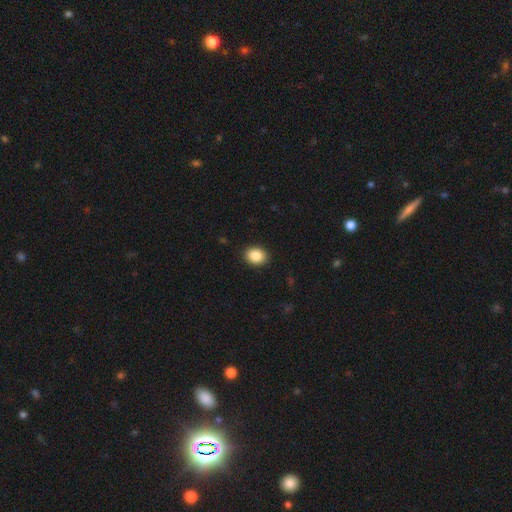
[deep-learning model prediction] Smooth or featured: smooth — 87% (star or artifact — 9%)
How rounded: round — 52% (in between — 47%)
Merging: none — 91% (minor disturbance — 7%)